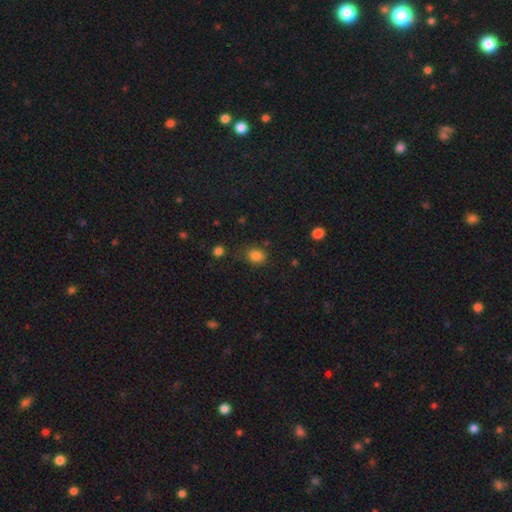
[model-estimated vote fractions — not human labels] This appears to be a smooth galaxy with no disk features (82%) that is round (56%). Merging: none (77%).